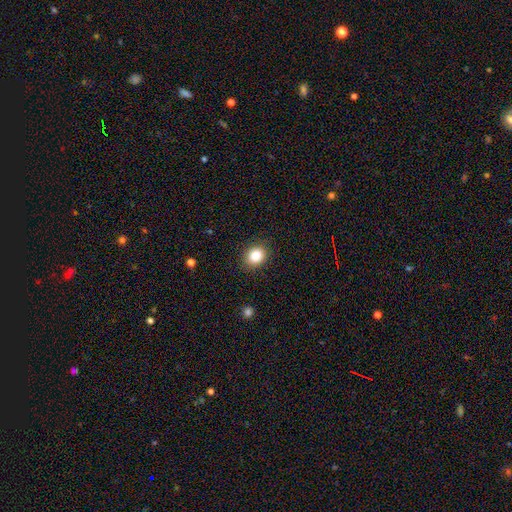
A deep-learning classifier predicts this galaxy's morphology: A smooth galaxy with no disk features (86%) that is round (57%).

Vote fractions:
- Smooth or featured? smooth: 86% / star or artifact: 9% / featured or disk: 5%
- How rounded? round: 57% / in between: 42% / cigar-shaped: 1%
- Merging? none: 88% / minor disturbance: 8% / major disturbance: 3% / merger: 1%